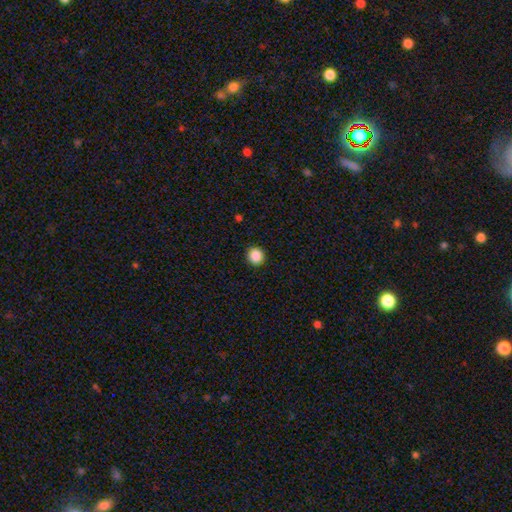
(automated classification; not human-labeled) This is clearly a smooth galaxy (88%). How rounded: clearly round (90%). Merging: clearly none (92%).